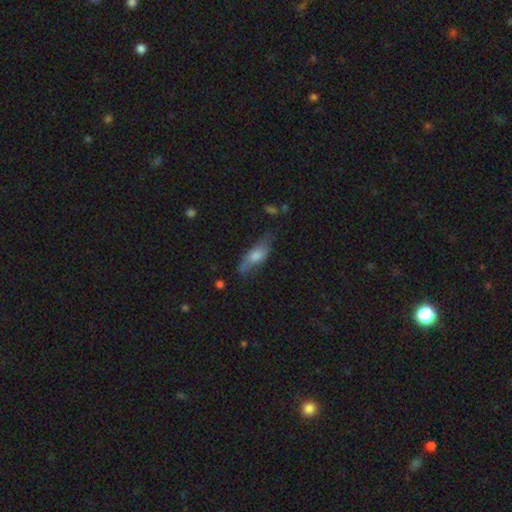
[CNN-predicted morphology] The model was most divided on "how rounded": in between: 52%, cigar-shaped: 45%, round: 3%. More confident: merging — none (63%); smooth or featured — smooth (56%).